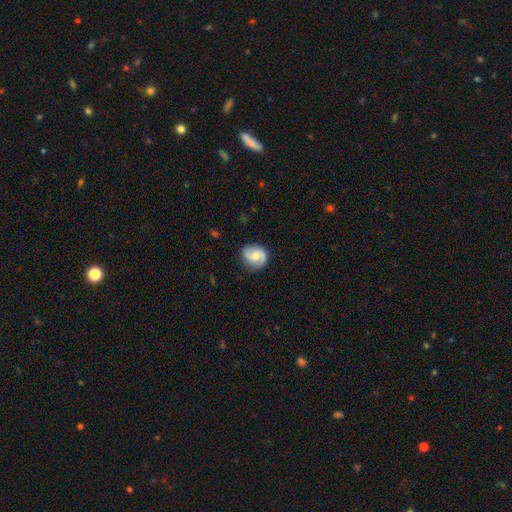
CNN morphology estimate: Smooth or featured?
  - featured or disk: 63% *
  - smooth: 30%
  - star or artifact: 7%
Edge-on disk?
  - no: 98% *
  - yes: 2%
Bar?
  - no: 56% *
  - weak: 37%
  - strong: 7%
Spiral arms?
  - yes: 92% *
  - no: 8%
Spiral winding?
  - medium: 44% *
  - loose: 30%
  - tight: 26%
Spiral arm count?
  - 2: 87% *
  - can't tell: 6%
  - 1: 4%
  - 3: 2%
  - 4: 1%
  - more than 4: 1%
Bulge size?
  - moderate: 60% *
  - small: 32%
  - large: 4%
  - none: 3%
  - dominant: 1%
Merging?
  - none: 79% *
  - minor disturbance: 16%
  - major disturbance: 4%
  - merger: 1%